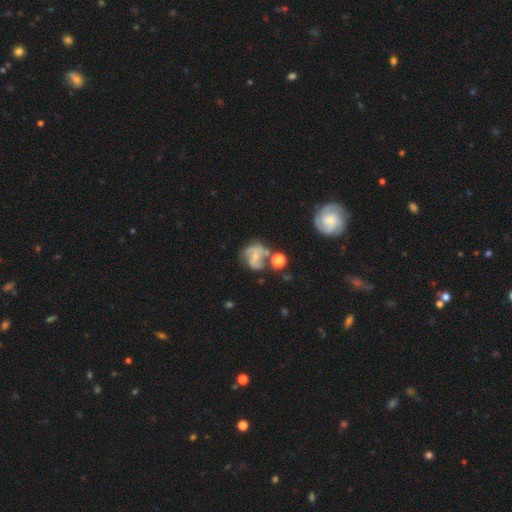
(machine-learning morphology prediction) Smooth or featured? Predicted: featured or disk (p=0.74). Edge-on disk? Predicted: no (p=0.98). Bar? Predicted: no (p=0.54). Spiral arms? Predicted: yes (p=0.90). Spiral winding? Predicted: medium (p=0.48). Spiral arm count? Predicted: 2 (p=0.55). Bulge size? Predicted: small (p=0.67). Merging? Predicted: none (p=0.44).